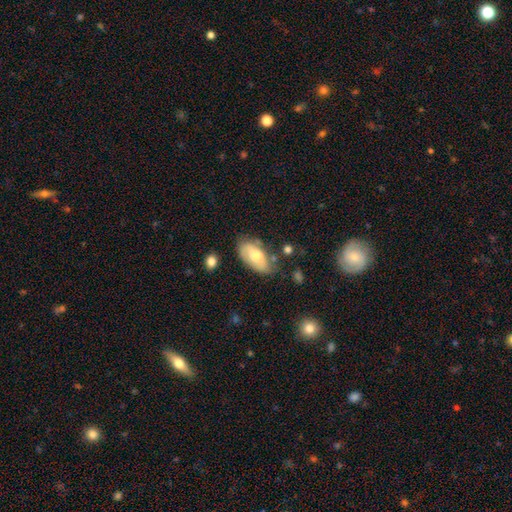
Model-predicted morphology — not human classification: This appears to be a smooth galaxy with no disk features (65%) that is in between round and cigar-shaped (93%). Merging: none (58%).